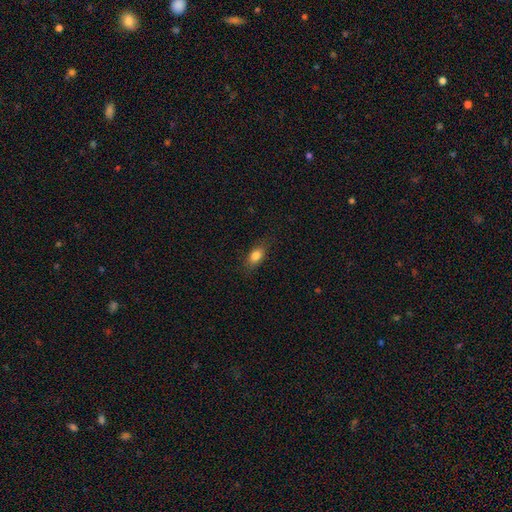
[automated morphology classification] A smooth galaxy with no disk features (81%) that is in between round and cigar-shaped (81%). Merging: none (81%).